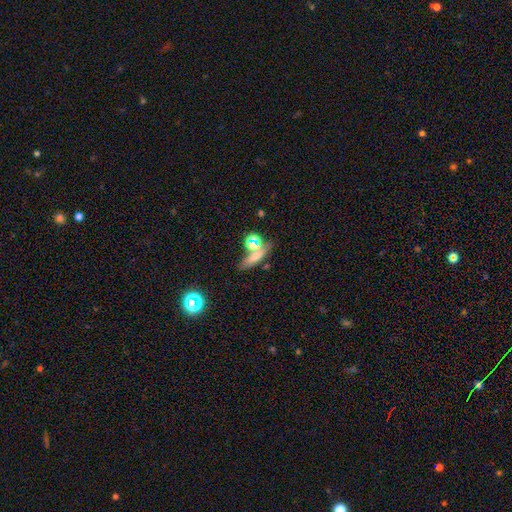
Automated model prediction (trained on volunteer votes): Morphology: type=smooth (62%); roundness=cigar-shaped (48%); merging=none (57%).